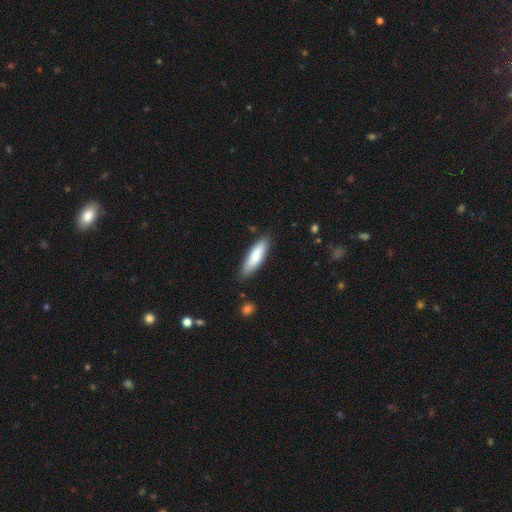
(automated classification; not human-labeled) Smooth or featured?
  - smooth: 81% *
  - featured or disk: 14%
  - star or artifact: 5%
How rounded?
  - cigar-shaped: 59% *
  - in between: 40%
  - round: 1%
Merging?
  - none: 84% *
  - minor disturbance: 12%
  - major disturbance: 2%
  - merger: 2%